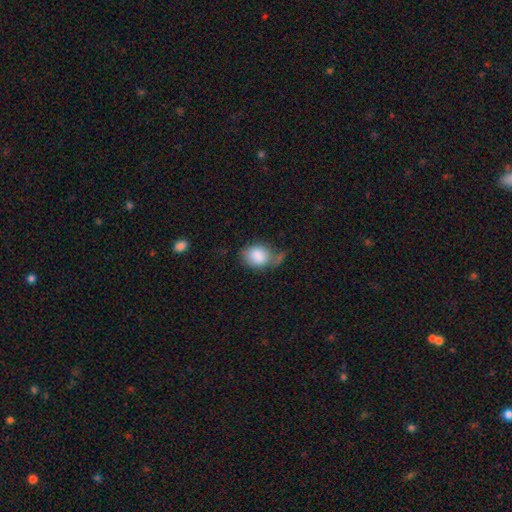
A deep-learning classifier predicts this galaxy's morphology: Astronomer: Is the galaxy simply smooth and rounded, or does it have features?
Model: smooth — 84%.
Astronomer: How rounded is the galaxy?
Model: in between — 57% (runner-up: round, 42%).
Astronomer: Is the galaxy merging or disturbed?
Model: none — 37% (runner-up: minor disturbance, 32%).